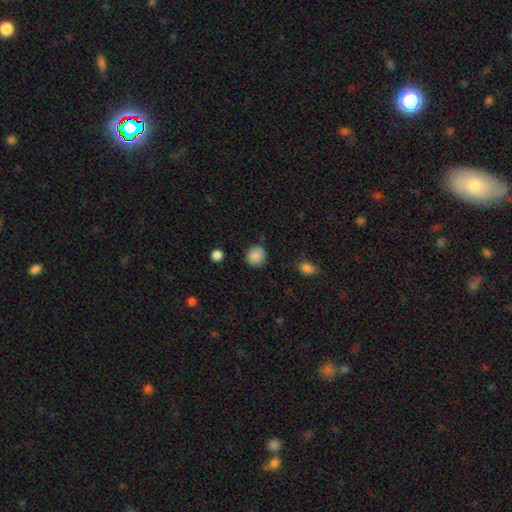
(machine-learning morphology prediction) This appears to be a smooth galaxy with no disk features (88%) that is round (86%). Merging: none (82%).